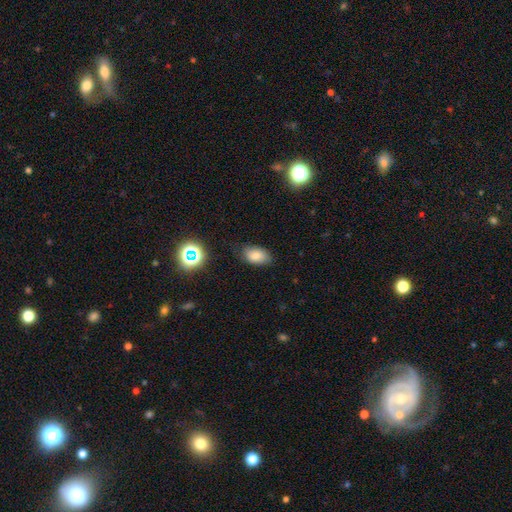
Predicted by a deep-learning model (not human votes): A smooth galaxy with no disk features (80%) that is in between round and cigar-shaped (89%). Merging: none (77%).